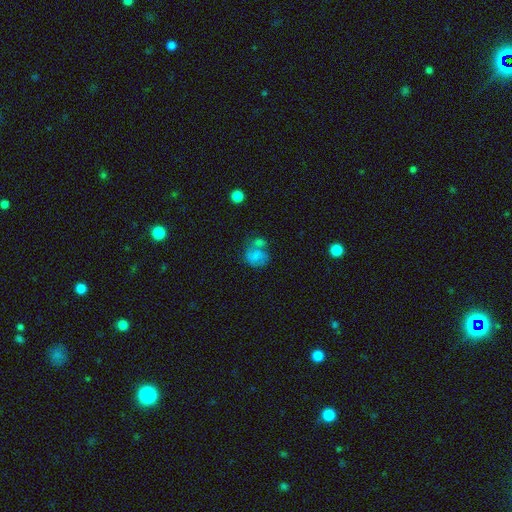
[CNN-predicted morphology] Q: Smooth or featured?
A: smooth (67%); runner-up: featured or disk (22%)
Q: How rounded?
A: round (61%); runner-up: in between (38%)
Q: Merging?
A: merger (38%); runner-up: none (35%)